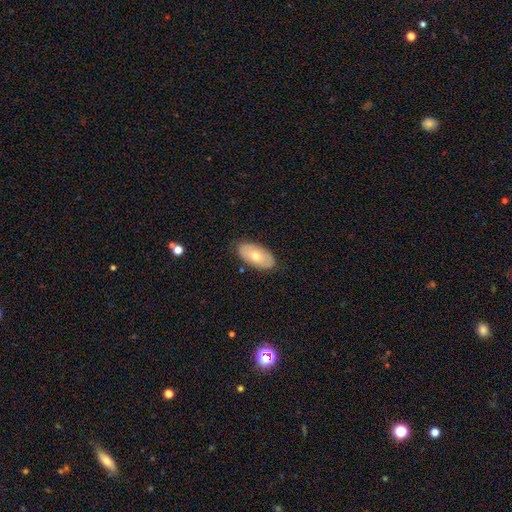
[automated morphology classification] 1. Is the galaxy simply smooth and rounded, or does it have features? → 62% smooth, 31% featured or disk, 7% star or artifact.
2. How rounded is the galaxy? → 93% in between, 3% cigar-shaped, 3% round.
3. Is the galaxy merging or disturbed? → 87% none, 10% minor disturbance, 2% major disturbance, 1% merger.